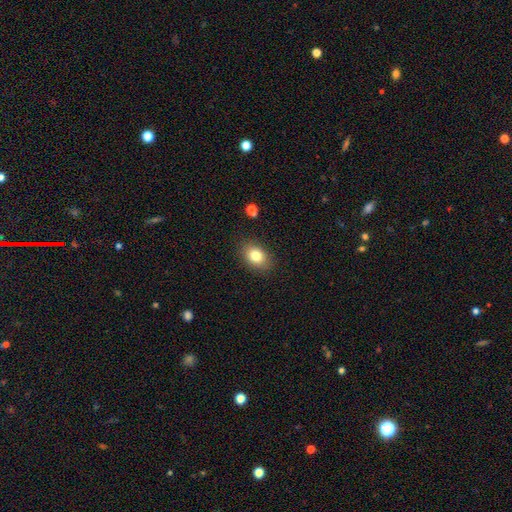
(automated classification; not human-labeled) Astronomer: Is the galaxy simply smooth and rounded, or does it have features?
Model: smooth — 81%.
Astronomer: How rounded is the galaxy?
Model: in between — 74%.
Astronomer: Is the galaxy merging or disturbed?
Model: none — 86%.